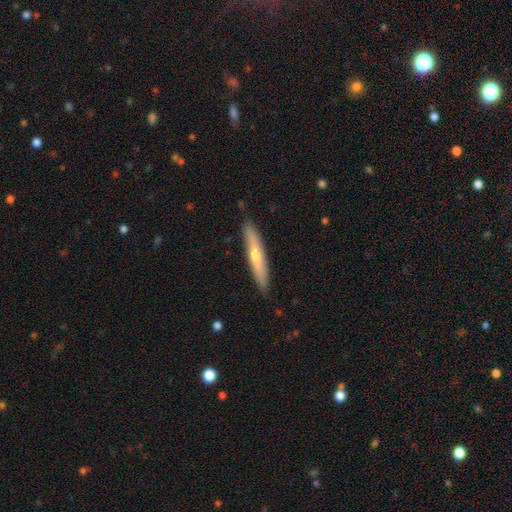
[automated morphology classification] Smooth or featured? smooth (51%)
How rounded? cigar-shaped (92%)
Merging? none (87%)